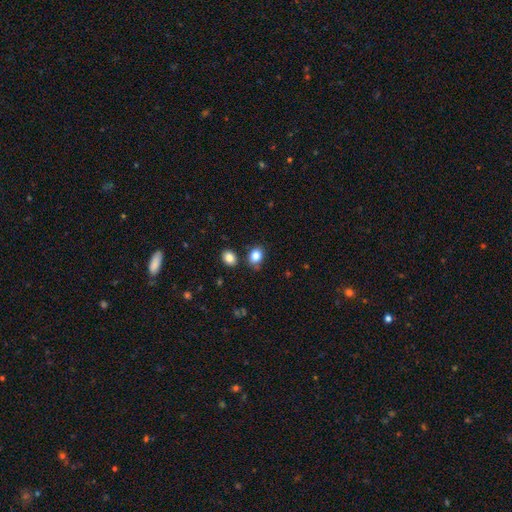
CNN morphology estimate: smooth-or-featured: smooth: 85% | star or artifact: 9% | featured or disk: 6%
  how-rounded: in between: 63% | round: 36% | cigar-shaped: 1%
  merging: none: 73% | minor disturbance: 16% | merger: 8% | major disturbance: 4%